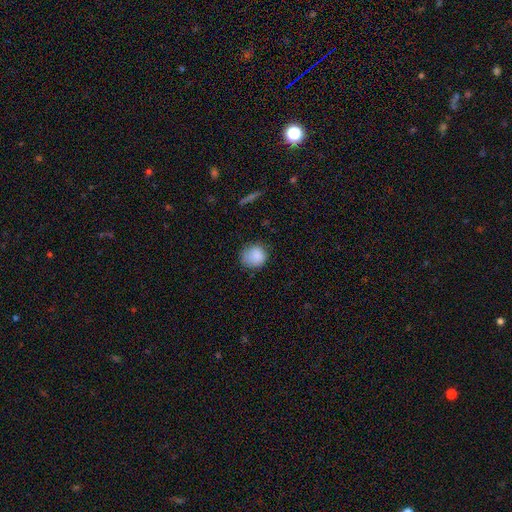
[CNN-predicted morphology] Q: Smooth or featured?
A: smooth (86%); runner-up: star or artifact (9%)
Q: How rounded?
A: round (83%); runner-up: in between (16%)
Q: Merging?
A: none (70%); runner-up: minor disturbance (23%)